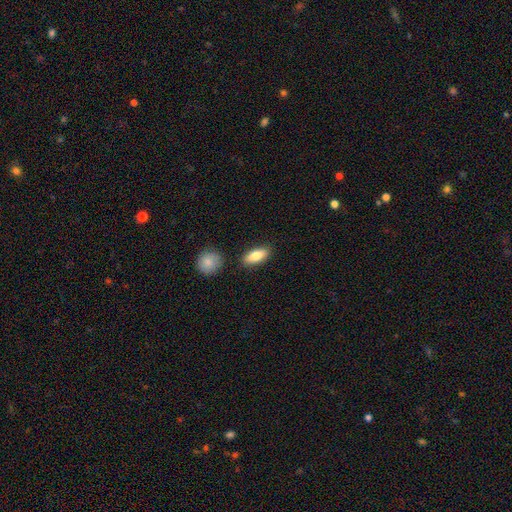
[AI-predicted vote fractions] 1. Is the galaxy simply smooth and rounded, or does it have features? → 81% smooth, 12% featured or disk, 6% star or artifact.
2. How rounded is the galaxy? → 80% in between, 17% cigar-shaped, 3% round.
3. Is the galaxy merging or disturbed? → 85% none, 9% minor disturbance, 4% merger, 2% major disturbance.